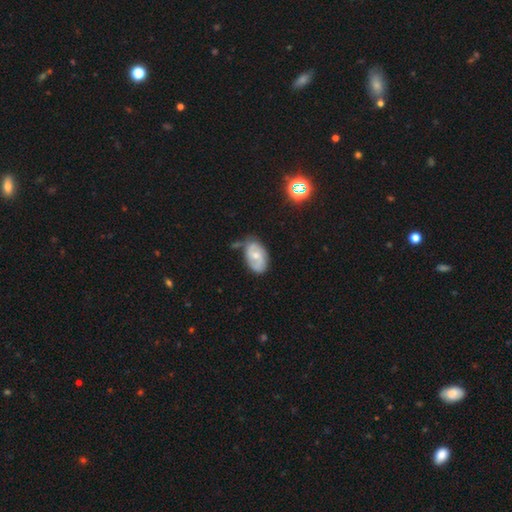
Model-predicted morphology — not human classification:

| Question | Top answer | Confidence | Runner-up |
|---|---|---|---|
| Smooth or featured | featured or disk | 55% | smooth (37%) |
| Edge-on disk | no | 95% | yes (5%) |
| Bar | no | 58% | weak (36%) |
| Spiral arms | yes | 78% | no (22%) |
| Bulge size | moderate | 55% | small (39%) |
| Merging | none | 60% | minor disturbance (27%) |